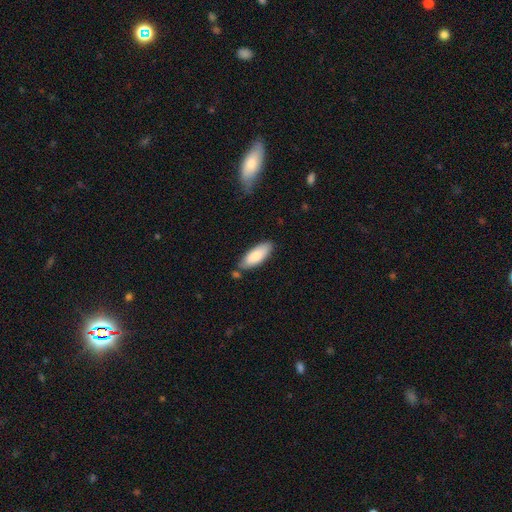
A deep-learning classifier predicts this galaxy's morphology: The model was most divided on "how rounded": in between: 75%, cigar-shaped: 24%, round: 2%. More confident: smooth or featured — smooth (82%); merging — none (74%).